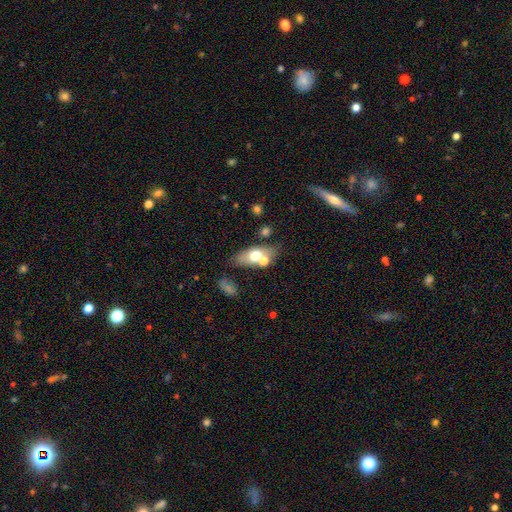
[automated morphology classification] Overall: smooth (60%; featured or disk 32%). How rounded: in between (80%). Merging: none (60%; merger 21%).